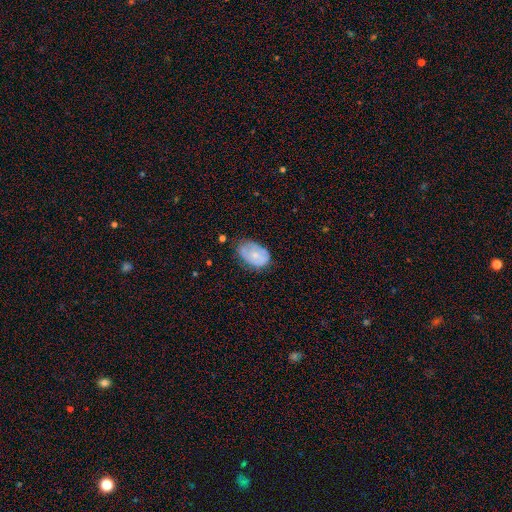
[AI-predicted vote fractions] Overall: smooth (58%; featured or disk 35%). How rounded: in between (87%). Merging: none (53%; minor disturbance 35%).